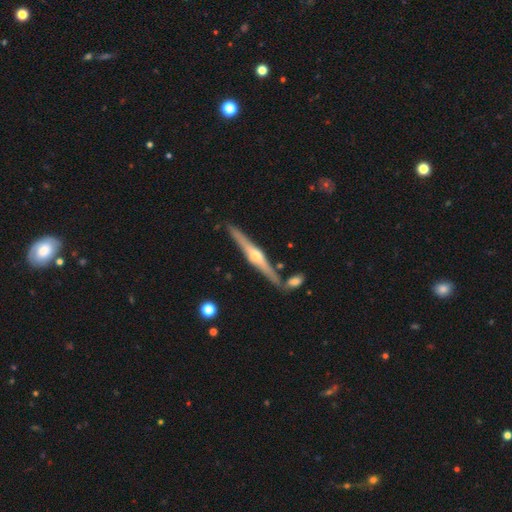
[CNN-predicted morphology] Smooth or featured? featured or disk (78%)
Edge-on disk? yes (98%)
Edge-on bulge? rounded (91%)
Merging? none (84%)